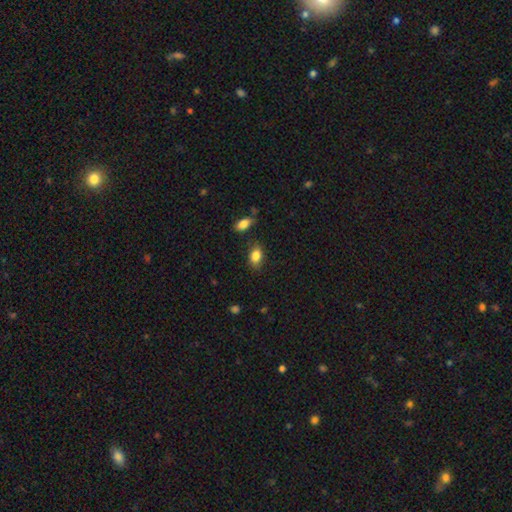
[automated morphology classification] This appears to be a smooth galaxy with no disk features (84%) that is in between round and cigar-shaped (83%). Merging: none (79%).